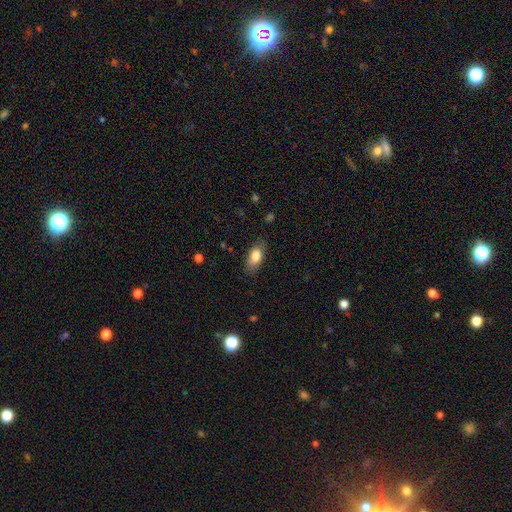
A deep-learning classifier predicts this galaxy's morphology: This is likely a smooth galaxy (77%). How rounded: clearly in between (85%). Merging: likely none (78%).